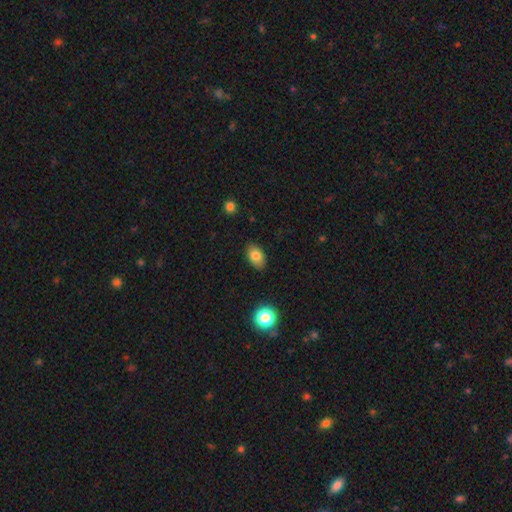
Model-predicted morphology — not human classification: A smooth galaxy with no disk features (81%) that is in between round and cigar-shaped (89%).

Vote fractions:
- Smooth or featured? smooth: 81% / featured or disk: 10% / star or artifact: 9%
- How rounded? in between: 89% / round: 10% / cigar-shaped: 2%
- Merging? none: 87% / minor disturbance: 10% / major disturbance: 2% / merger: 1%